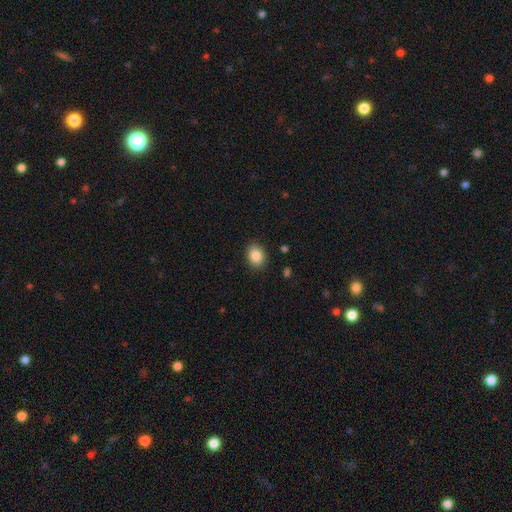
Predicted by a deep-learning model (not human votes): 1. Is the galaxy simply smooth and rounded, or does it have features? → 86% smooth, 9% star or artifact, 5% featured or disk.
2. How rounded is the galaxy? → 59% in between, 40% round, 1% cigar-shaped.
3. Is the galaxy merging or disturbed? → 87% none, 9% minor disturbance, 2% major disturbance, 1% merger.